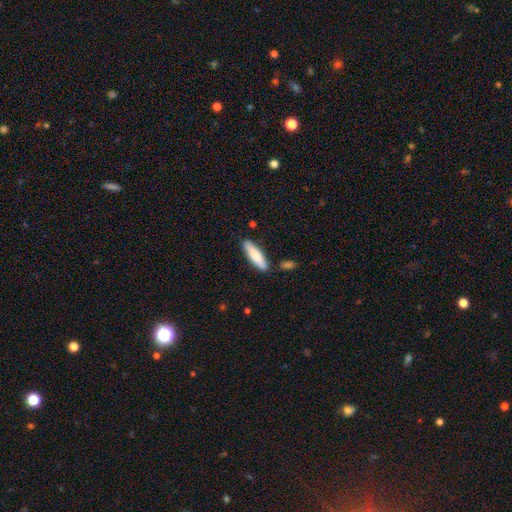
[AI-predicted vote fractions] Morphology: type=smooth (78%); roundness=cigar-shaped (65%); merging=none (84%).